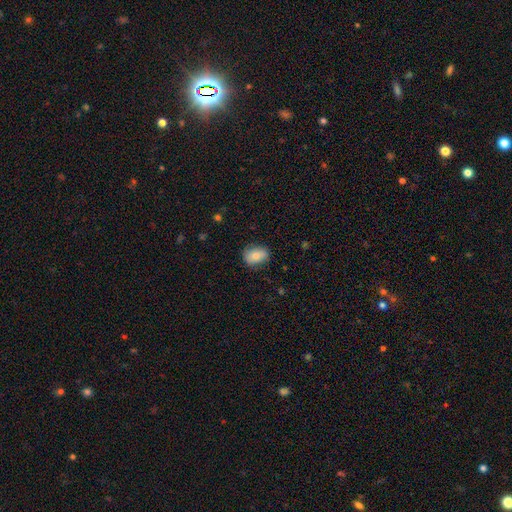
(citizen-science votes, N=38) Volunteers were most divided on "how rounded": in between: 70%, round: 30%, cigar-shaped: 0%. More confident: smooth or featured — smooth (79%); merging — none (74%).